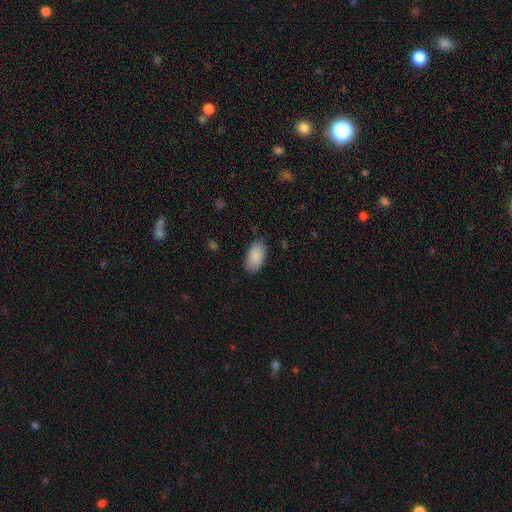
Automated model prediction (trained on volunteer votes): smooth-or-featured: smooth: 89% | star or artifact: 6% | featured or disk: 5%
  how-rounded: in between: 95% | round: 3% | cigar-shaped: 2%
  merging: none: 84% | minor disturbance: 12% | major disturbance: 3% | merger: 1%